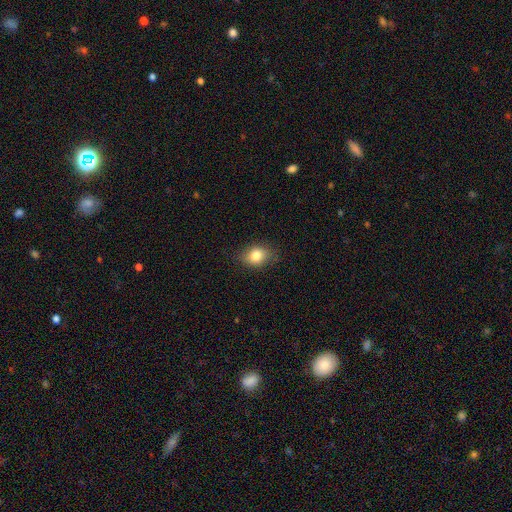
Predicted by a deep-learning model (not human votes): Smooth or featured: smooth — 81% (star or artifact — 10%)
How rounded: in between — 61% (round — 37%)
Merging: none — 83% (minor disturbance — 13%)